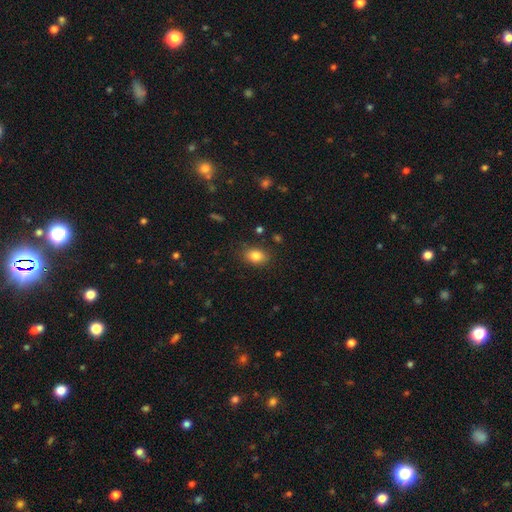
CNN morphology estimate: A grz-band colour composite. It shows a smooth galaxy with no disk features (84%) that is in between round and cigar-shaped (77%). Merging: none (83%).